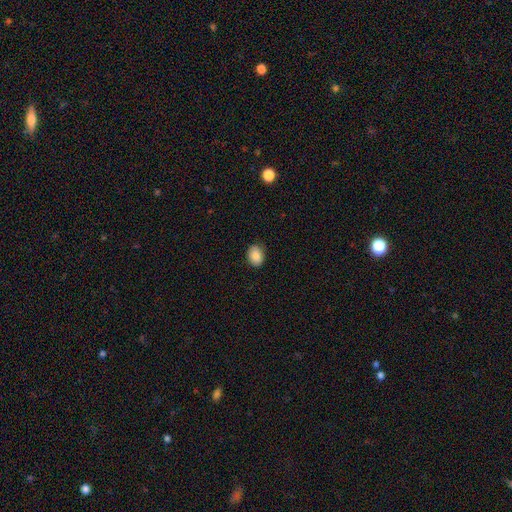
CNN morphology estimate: Smooth or featured?
  - smooth: 87% *
  - star or artifact: 8%
  - featured or disk: 5%
How rounded?
  - in between: 64% *
  - round: 35%
  - cigar-shaped: 1%
Merging?
  - none: 85% *
  - minor disturbance: 12%
  - major disturbance: 2%
  - merger: 1%